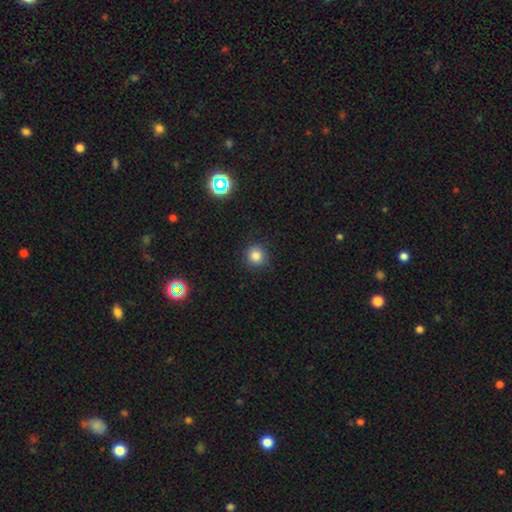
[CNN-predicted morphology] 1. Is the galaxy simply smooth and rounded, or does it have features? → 82% smooth, 12% star or artifact, 5% featured or disk.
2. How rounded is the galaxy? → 93% round, 6% in between, 1% cigar-shaped.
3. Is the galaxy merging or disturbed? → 90% none, 7% minor disturbance, 2% major disturbance, 1% merger.